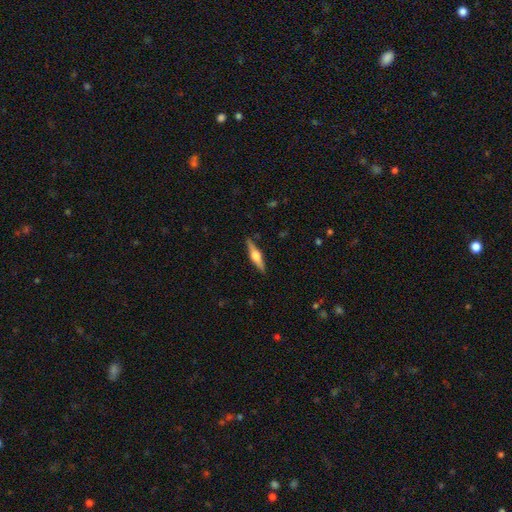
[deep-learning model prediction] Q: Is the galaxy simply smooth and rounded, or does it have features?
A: featured or disk — 71%.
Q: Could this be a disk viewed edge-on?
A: yes — 97%.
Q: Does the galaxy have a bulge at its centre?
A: rounded — 92%.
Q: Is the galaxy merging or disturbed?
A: none — 89%.